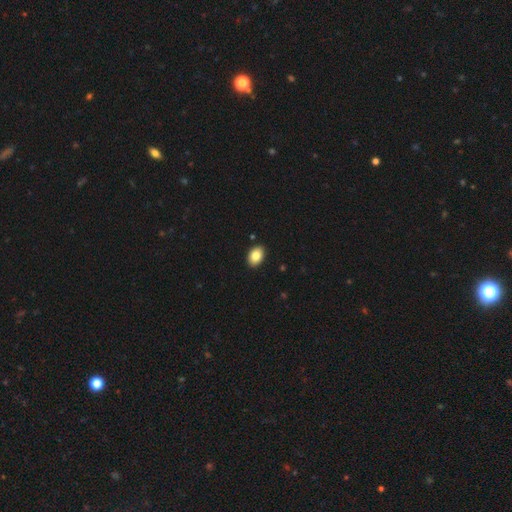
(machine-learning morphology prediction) Smooth or featured?
  - smooth: 84% *
  - featured or disk: 8%
  - star or artifact: 8%
How rounded?
  - in between: 84% *
  - round: 15%
  - cigar-shaped: 1%
Merging?
  - none: 91% *
  - minor disturbance: 7%
  - major disturbance: 2%
  - merger: 1%